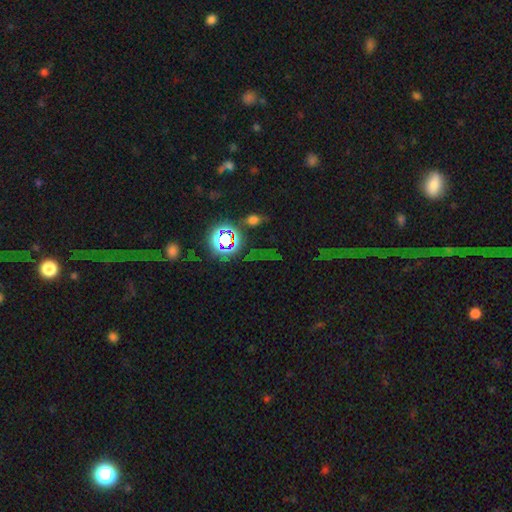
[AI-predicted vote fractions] This is likely a star or artifact rather than a galaxy (67%).